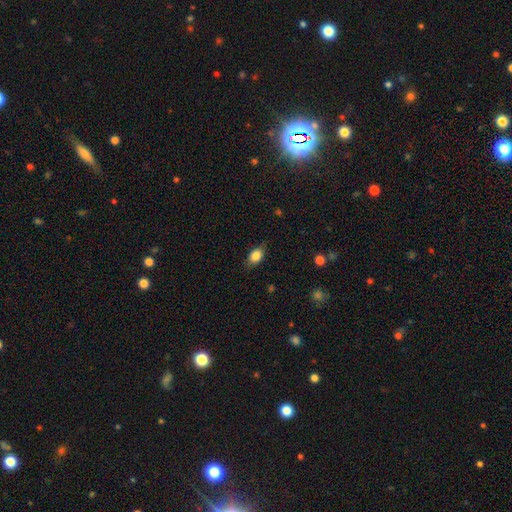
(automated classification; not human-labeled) This appears to be a smooth galaxy with no disk features (81%) that is in between round and cigar-shaped (79%). Merging: none (79%).